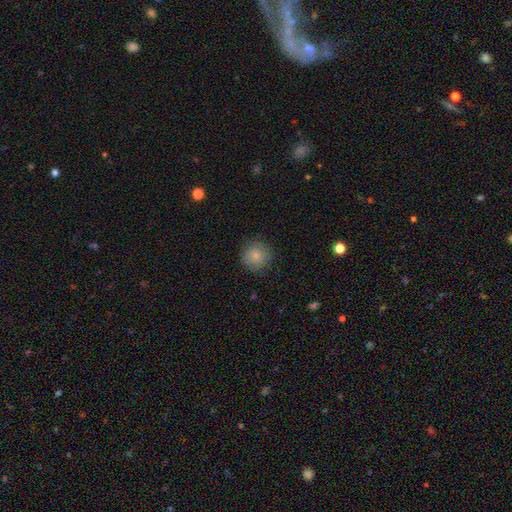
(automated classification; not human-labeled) Smooth or featured?
  - smooth: 82% *
  - featured or disk: 10%
  - star or artifact: 8%
How rounded?
  - round: 92% *
  - in between: 7%
  - cigar-shaped: 1%
Merging?
  - none: 82% *
  - minor disturbance: 13%
  - major disturbance: 4%
  - merger: 1%